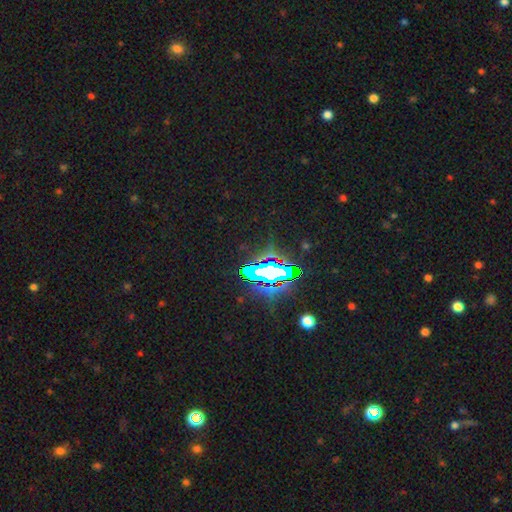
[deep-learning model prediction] smooth_or_featured: star or artifact (p=0.75) [alt: smooth p=0.15]